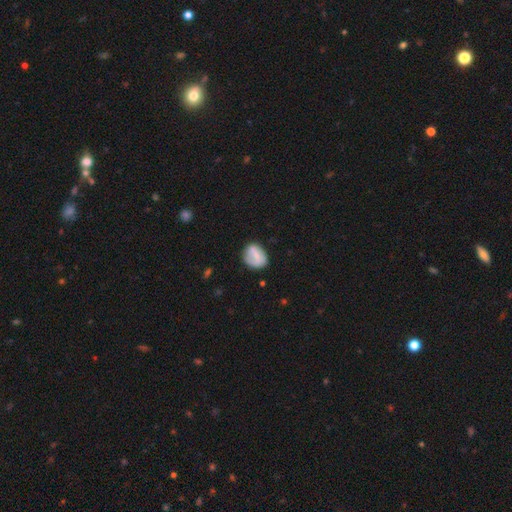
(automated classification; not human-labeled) smooth_or_featured: smooth (p=0.58) [alt: featured or disk p=0.35]
how_rounded: round (p=0.54) [alt: in between p=0.45]
merging: none (p=0.60) [alt: minor disturbance p=0.24]